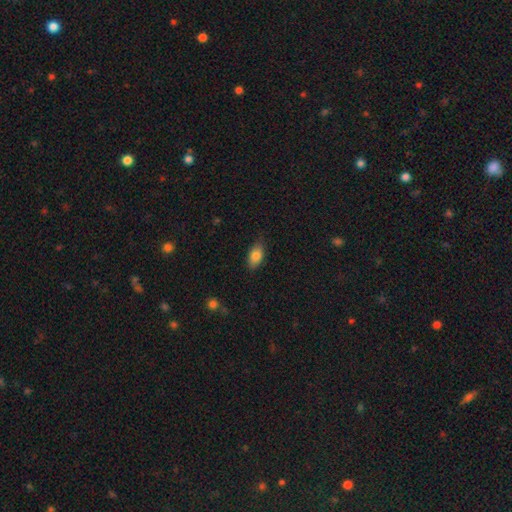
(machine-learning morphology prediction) This appears to be a smooth galaxy with no disk features (82%) that is in between round and cigar-shaped (89%). Merging: none (78%).